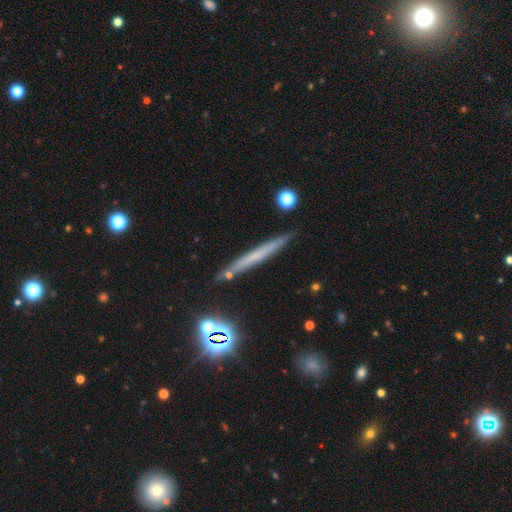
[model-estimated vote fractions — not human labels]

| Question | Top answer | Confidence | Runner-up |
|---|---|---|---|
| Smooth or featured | smooth | 50% | featured or disk (38%) |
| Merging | none | 87% | minor disturbance (9%) |